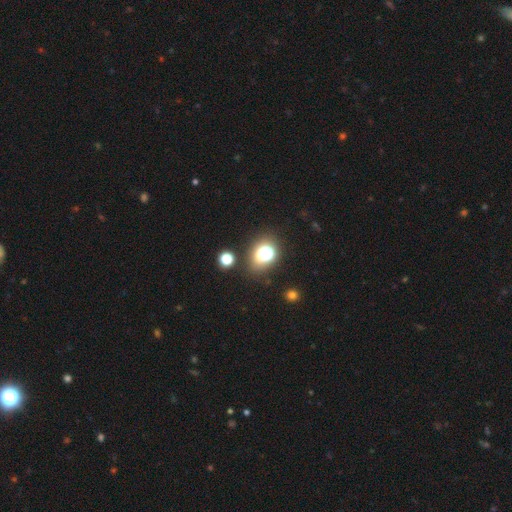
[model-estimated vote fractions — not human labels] Overall: smooth (55%; star or artifact 35%). How rounded: round (62%; in between 37%). Merging: none (70%).